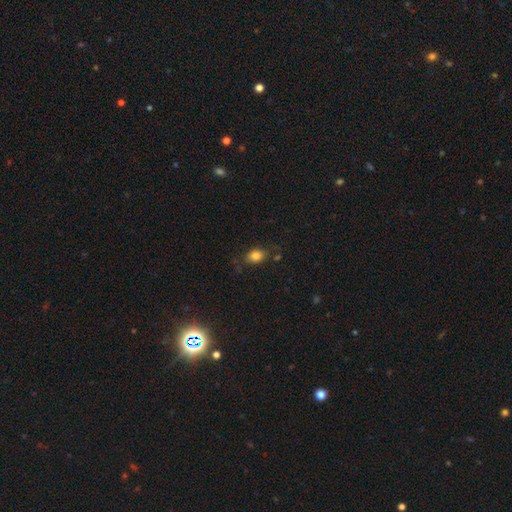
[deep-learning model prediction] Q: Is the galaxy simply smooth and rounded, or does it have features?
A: smooth — 81%.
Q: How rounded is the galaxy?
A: in between — 74%.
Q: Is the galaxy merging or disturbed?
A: none — 74%.